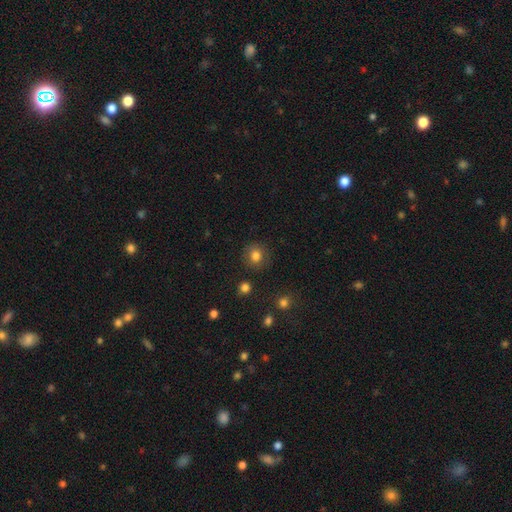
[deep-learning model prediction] Morphology: type=smooth (81%); roundness=round (84%); merging=none (86%).